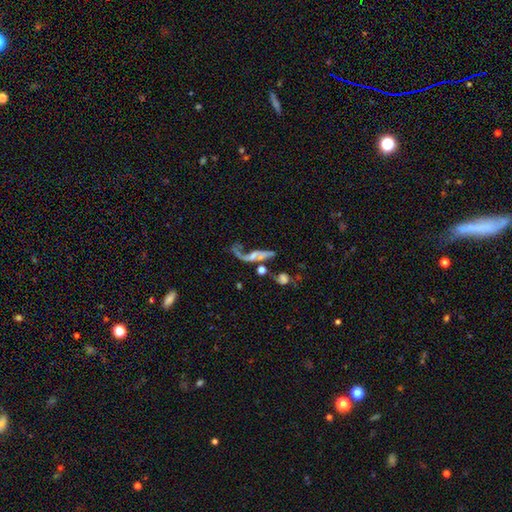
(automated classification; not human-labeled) Smooth or featured? Predicted: featured or disk (p=0.66). Edge-on disk? Predicted: no (p=0.83). Bar? Predicted: no (p=0.62). Spiral arms? Predicted: yes (p=0.71). Bulge size? Predicted: small (p=0.42). Merging? Predicted: major disturbance (p=0.33).